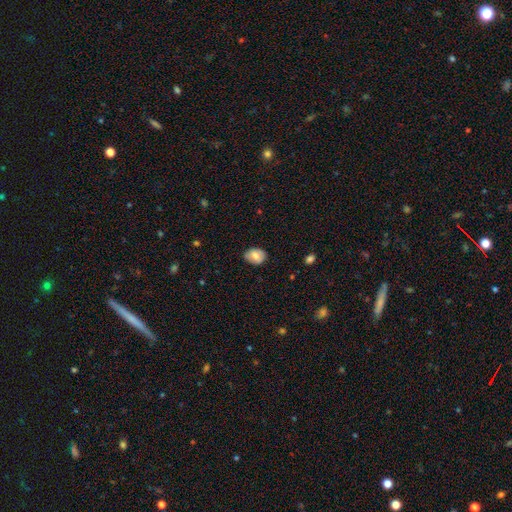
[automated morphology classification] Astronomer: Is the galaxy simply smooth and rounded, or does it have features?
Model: smooth — 72%.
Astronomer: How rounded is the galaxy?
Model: in between — 68%.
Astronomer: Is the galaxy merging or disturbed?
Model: none — 81%.